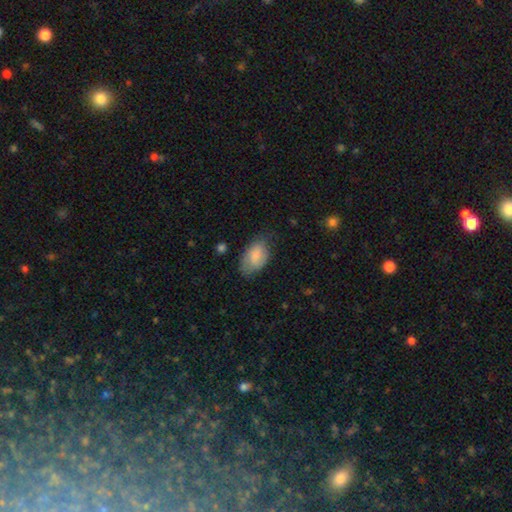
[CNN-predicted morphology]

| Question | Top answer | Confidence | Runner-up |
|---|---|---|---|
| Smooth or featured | smooth | 81% | featured or disk (13%) |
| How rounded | in between | 93% | round (5%) |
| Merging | none | 61% | minor disturbance (29%) |